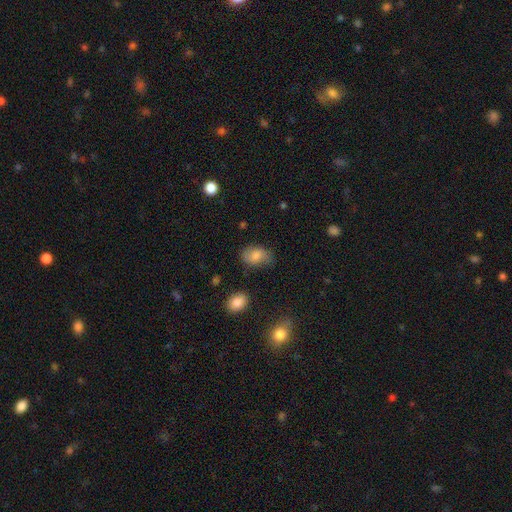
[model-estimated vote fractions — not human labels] Smooth or featured? smooth (78%)
How rounded? in between (83%)
Merging? none (65%)